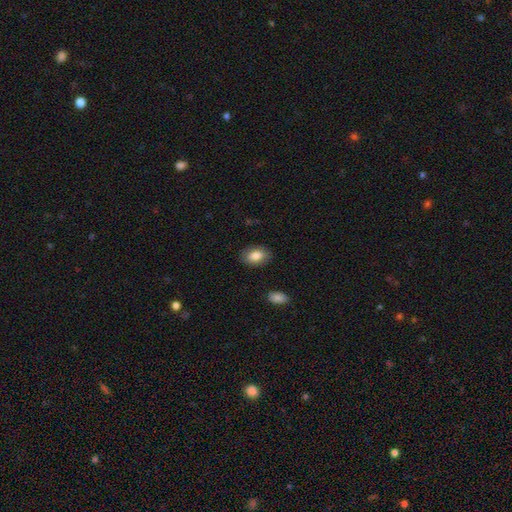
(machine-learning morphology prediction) A smooth galaxy with no disk features (83%) that is in between round and cigar-shaped (88%). Merging: none (85%).